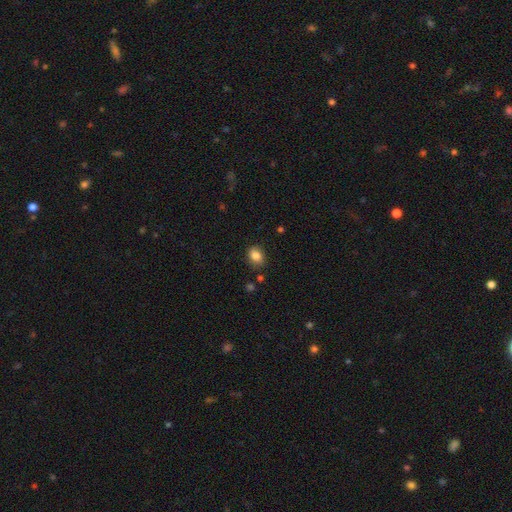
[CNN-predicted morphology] smooth-or-featured: smooth: 85% | star or artifact: 10% | featured or disk: 6%
  how-rounded: in between: 66% | round: 33% | cigar-shaped: 1%
  merging: none: 82% | minor disturbance: 12% | major disturbance: 3% | merger: 2%